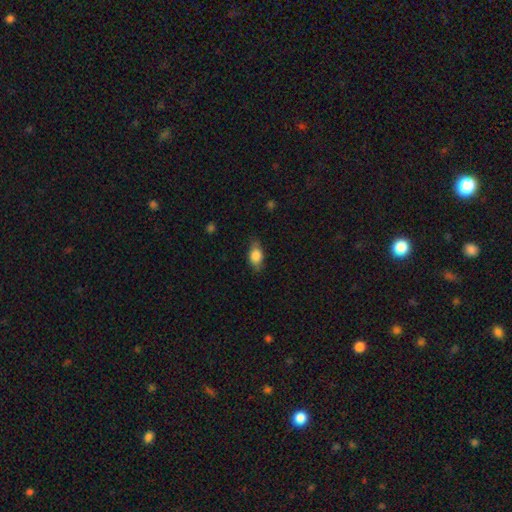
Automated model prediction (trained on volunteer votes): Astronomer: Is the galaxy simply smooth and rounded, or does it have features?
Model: smooth — 76%.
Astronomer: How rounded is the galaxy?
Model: in between — 84%.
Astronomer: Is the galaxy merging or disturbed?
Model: none — 79%.